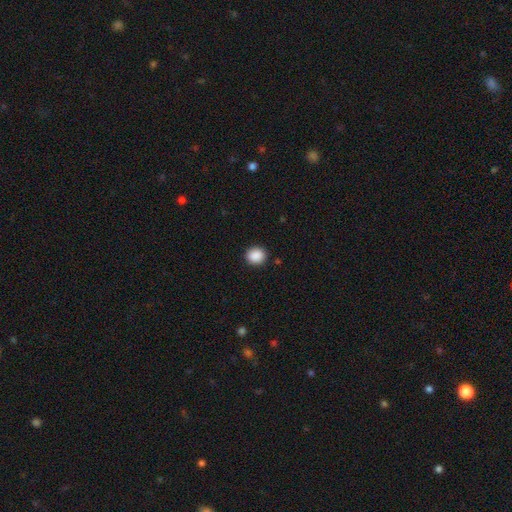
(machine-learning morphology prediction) Q: Smooth or featured?
A: smooth (89%); runner-up: star or artifact (8%)
Q: How rounded?
A: round (74%); runner-up: in between (25%)
Q: Merging?
A: none (89%); runner-up: minor disturbance (7%)